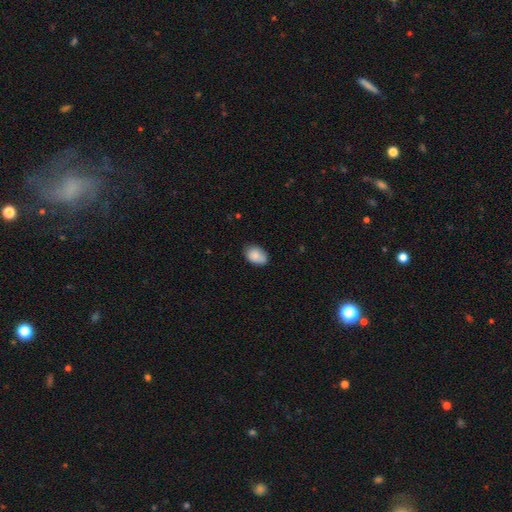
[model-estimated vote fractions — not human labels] Smooth or featured? smooth (87%)
How rounded? in between (83%)
Merging? none (74%)